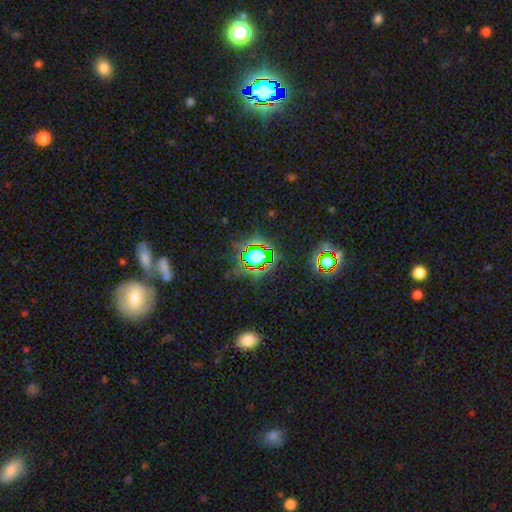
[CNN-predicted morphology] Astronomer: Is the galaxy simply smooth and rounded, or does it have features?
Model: star or artifact — 67%.